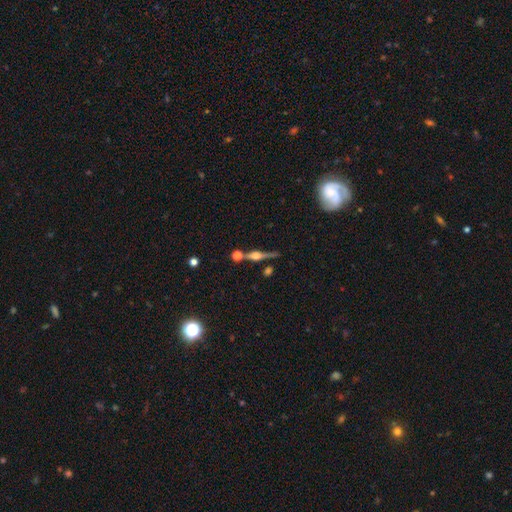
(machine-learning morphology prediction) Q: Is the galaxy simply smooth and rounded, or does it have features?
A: featured or disk — 73%.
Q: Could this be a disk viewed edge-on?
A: yes — 96%.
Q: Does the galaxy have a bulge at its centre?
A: rounded — 85%.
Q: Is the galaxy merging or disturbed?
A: none — 70%.